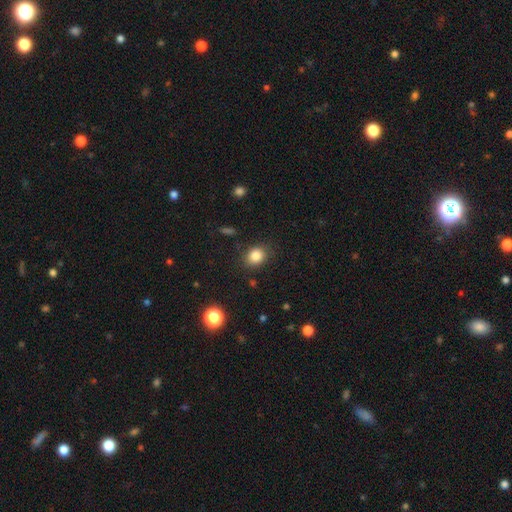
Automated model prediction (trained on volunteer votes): A smooth galaxy with no disk features (84%) that is round (61%). Merging: none (84%).